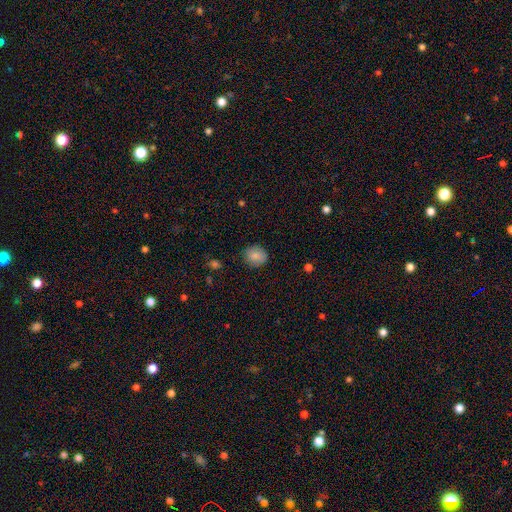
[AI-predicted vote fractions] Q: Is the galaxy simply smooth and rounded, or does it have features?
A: smooth — 86%.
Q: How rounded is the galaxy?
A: round — 73%.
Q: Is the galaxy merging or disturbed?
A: none — 85%.